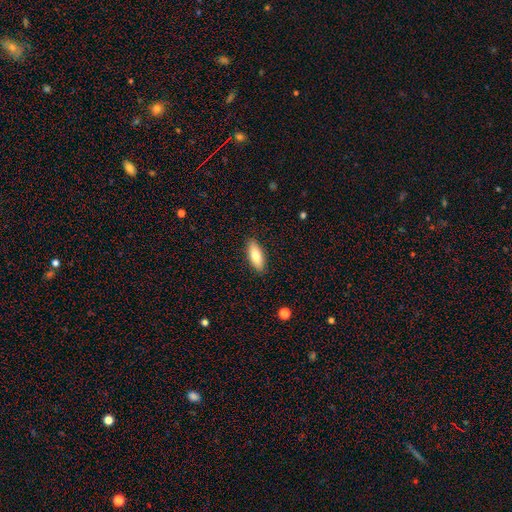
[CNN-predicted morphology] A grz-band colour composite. It shows a smooth galaxy with no disk features (78%) that is in between round and cigar-shaped (72%). Merging: none (88%).